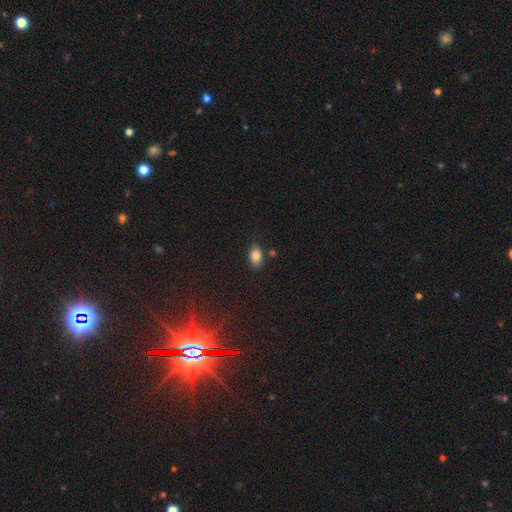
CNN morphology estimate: type=smooth (85%); roundness=in between (87%); merging=none (79%).